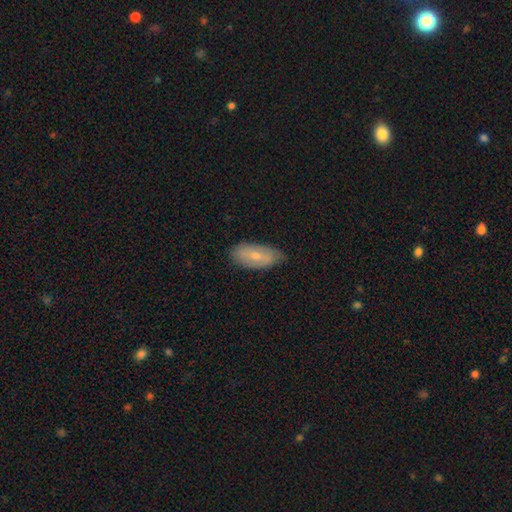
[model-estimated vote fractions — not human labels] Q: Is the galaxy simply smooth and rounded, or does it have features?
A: smooth — 63%.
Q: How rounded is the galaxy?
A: in between — 90%.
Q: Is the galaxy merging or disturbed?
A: none — 76%.